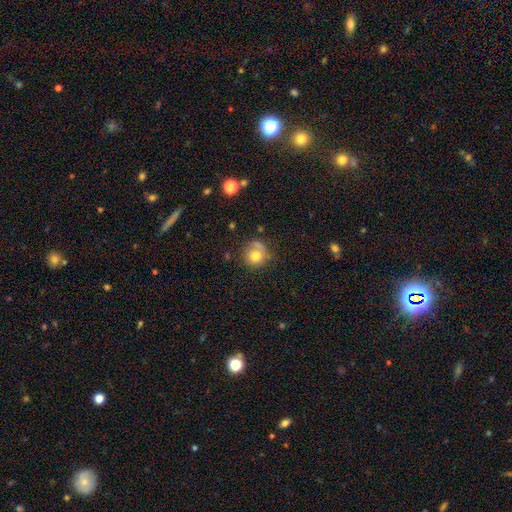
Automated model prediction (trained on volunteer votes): Morphology: type=smooth (74%); roundness=round (85%); merging=none (56%).